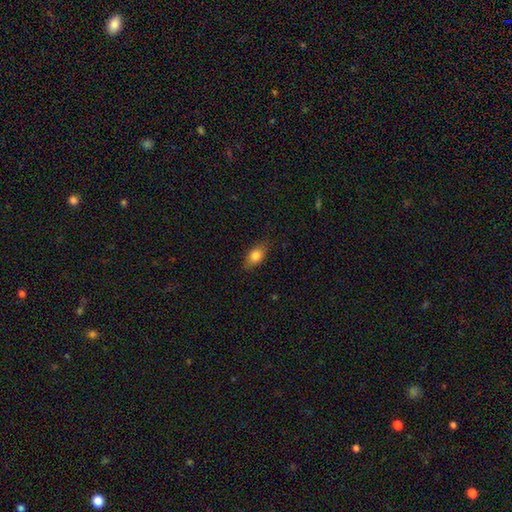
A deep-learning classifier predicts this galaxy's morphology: Q: Smooth or featured?
A: smooth (79%); runner-up: featured or disk (13%)
Q: How rounded?
A: in between (83%); runner-up: round (10%)
Q: Merging?
A: none (83%); runner-up: minor disturbance (13%)